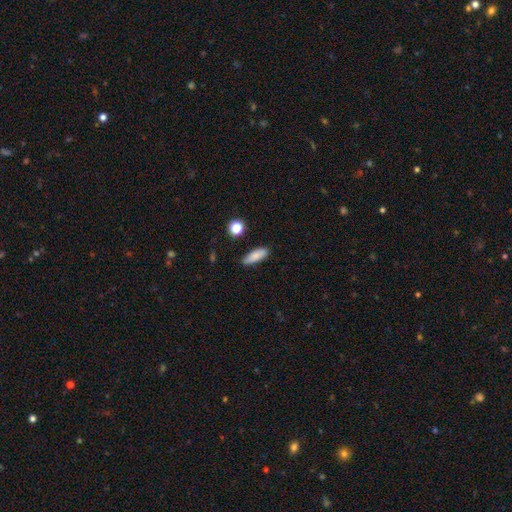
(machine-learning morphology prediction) This appears to be a smooth galaxy with no disk features (84%) that is in between round and cigar-shaped (62%). Merging: none (82%).